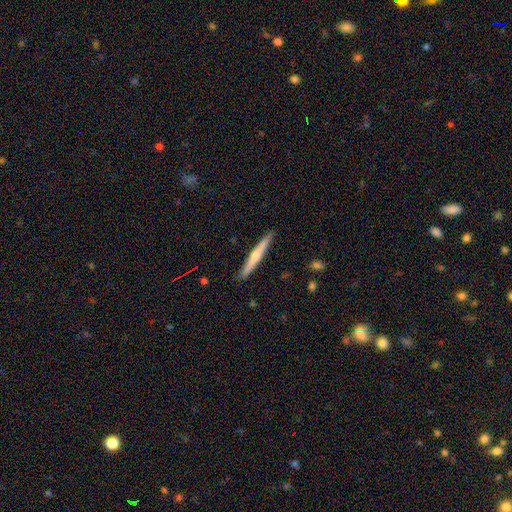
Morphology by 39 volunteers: Volunteers were most divided on "smooth or featured" (2-way tie): smooth: 46%, featured or disk: 46%, star or artifact: 8%. More confident: merging — none (94%); how rounded — cigar-shaped (89%).